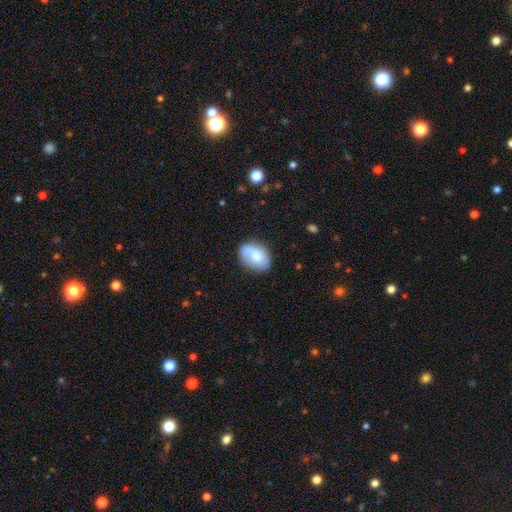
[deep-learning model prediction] This appears to be a smooth galaxy with no disk features (64%) that is in between round and cigar-shaped (76%). Merging: none (62%).